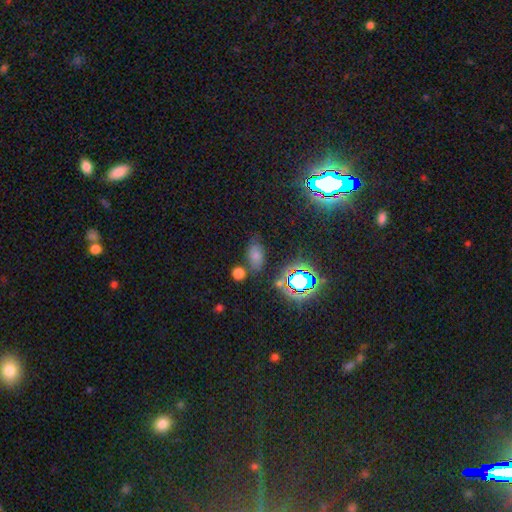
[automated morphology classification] smooth_or_featured: smooth (p=0.45) [alt: star or artifact p=0.43]
merging: none (p=0.76) [alt: minor disturbance p=0.12]